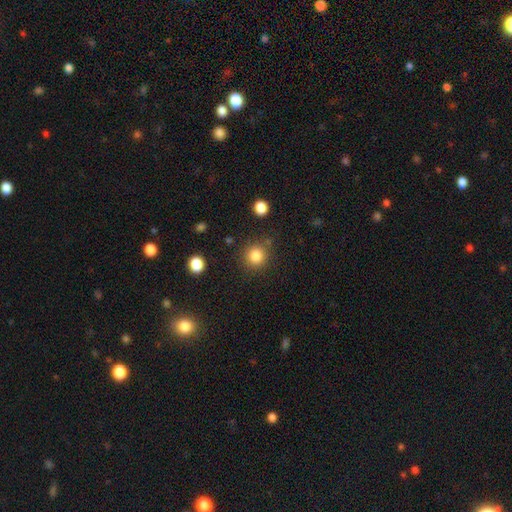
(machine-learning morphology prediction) Overall: smooth (84%). How rounded: round (91%). Merging: none (82%).